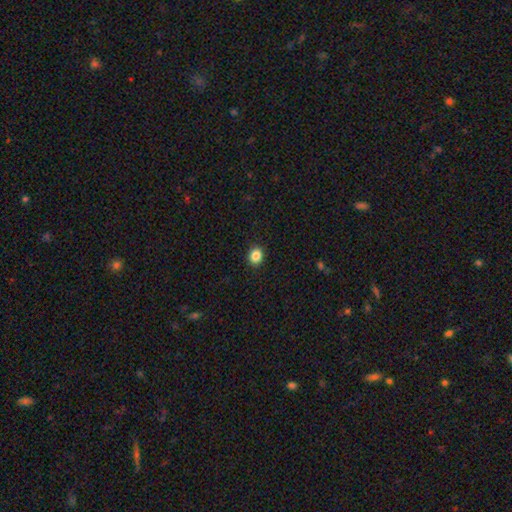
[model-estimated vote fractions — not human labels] The model was most divided on "how rounded": round: 72%, in between: 27%, cigar-shaped: 1%. More confident: merging — none (91%); smooth or featured — smooth (86%).